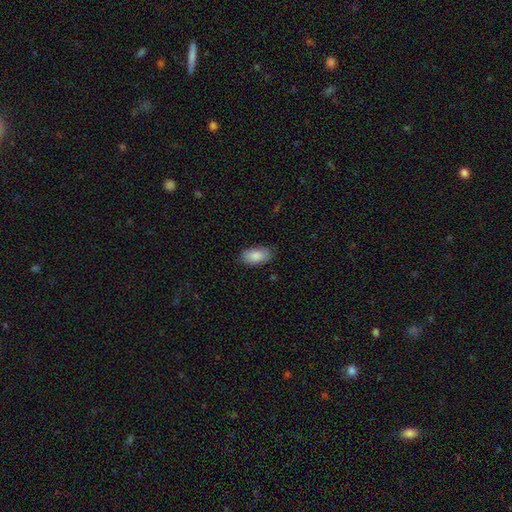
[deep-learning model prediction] A smooth galaxy with no disk features (88%) that is in between round and cigar-shaped (94%). Merging: none (83%).